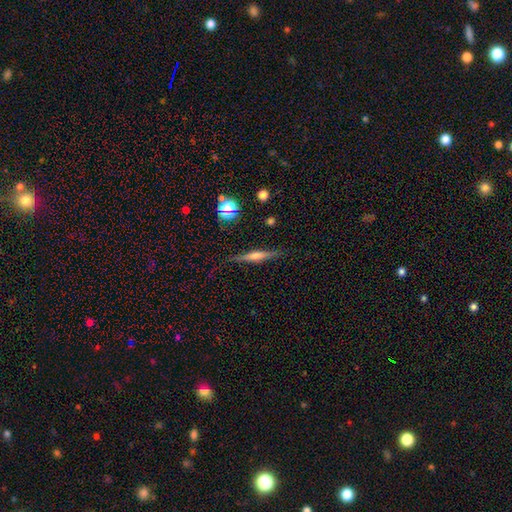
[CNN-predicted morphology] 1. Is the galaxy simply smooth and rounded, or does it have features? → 64% featured or disk, 27% smooth, 9% star or artifact.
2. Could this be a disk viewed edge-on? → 97% yes, 3% no.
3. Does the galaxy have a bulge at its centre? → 74% rounded, 14% boxy, 12% none.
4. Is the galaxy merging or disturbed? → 88% none, 9% minor disturbance, 2% major disturbance, 1% merger.